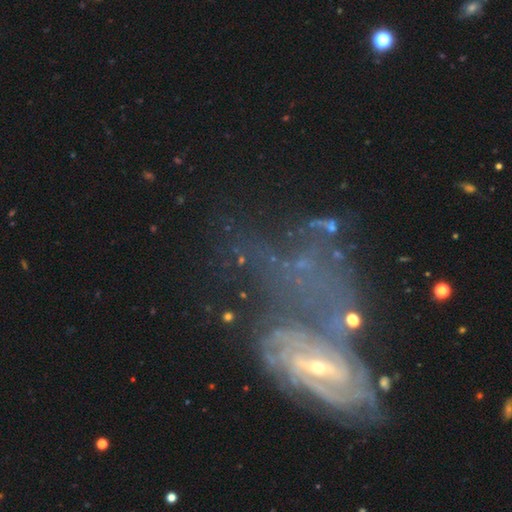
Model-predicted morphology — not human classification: featured or disk 73%, star or artifact 16%, smooth 11%. Down the decision tree: edge-on disk — no (93%); bar — no (43%); spiral arms — yes (73%); bulge size — small (63%); merging — major disturbance (36%).